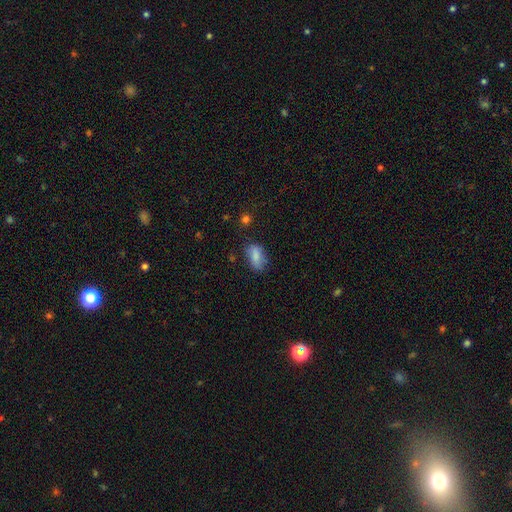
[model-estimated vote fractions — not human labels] Smooth or featured? Predicted: smooth (p=0.81). How rounded? Predicted: in between (p=0.88). Merging? Predicted: none (p=0.64).